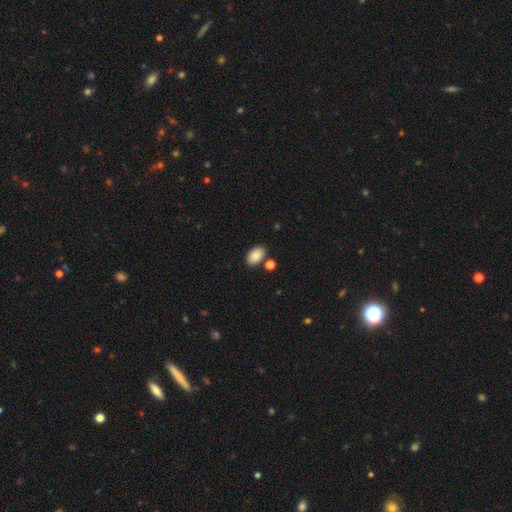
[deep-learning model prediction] Overall: smooth (87%). How rounded: in between (92%). Merging: none (77%).